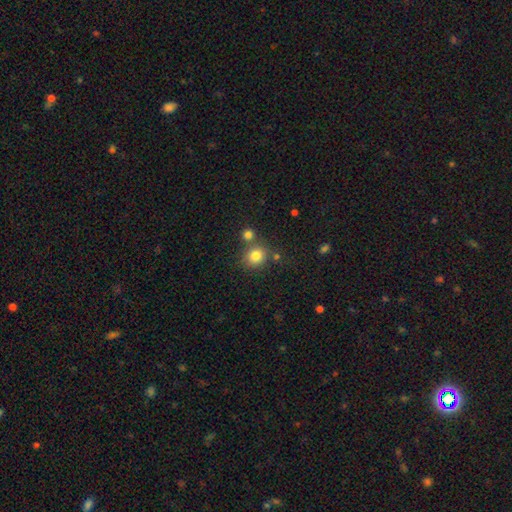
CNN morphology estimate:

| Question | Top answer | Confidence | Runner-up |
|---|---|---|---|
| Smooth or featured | smooth | 81% | star or artifact (12%) |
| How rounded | round | 79% | in between (21%) |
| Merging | none | 68% | merger (19%) |